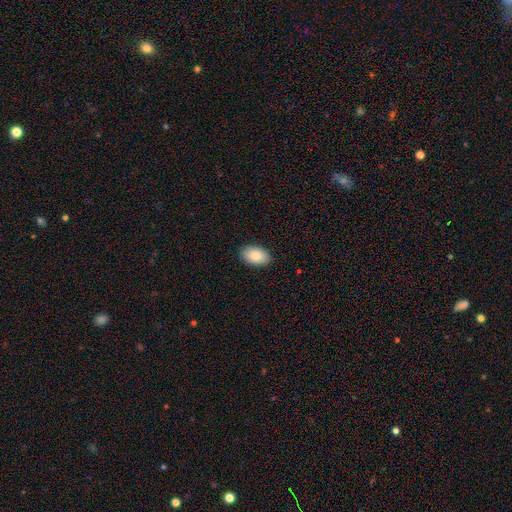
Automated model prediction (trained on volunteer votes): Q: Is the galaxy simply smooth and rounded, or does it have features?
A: smooth — 87%.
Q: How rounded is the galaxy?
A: in between — 94%.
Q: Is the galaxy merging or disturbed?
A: none — 89%.